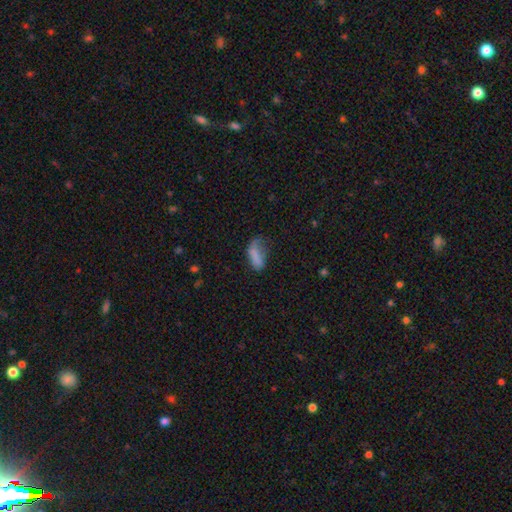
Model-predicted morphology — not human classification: smooth 74%, featured or disk 16%, star or artifact 10%. Down the decision tree: how rounded — in between (83%); merging — major disturbance (35%).